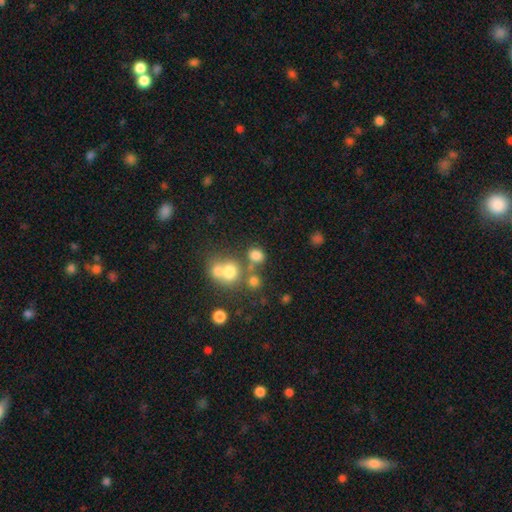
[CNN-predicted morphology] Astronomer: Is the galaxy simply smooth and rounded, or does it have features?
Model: smooth — 75%.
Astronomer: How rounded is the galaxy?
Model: round — 63%.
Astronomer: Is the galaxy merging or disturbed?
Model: none — 55%.